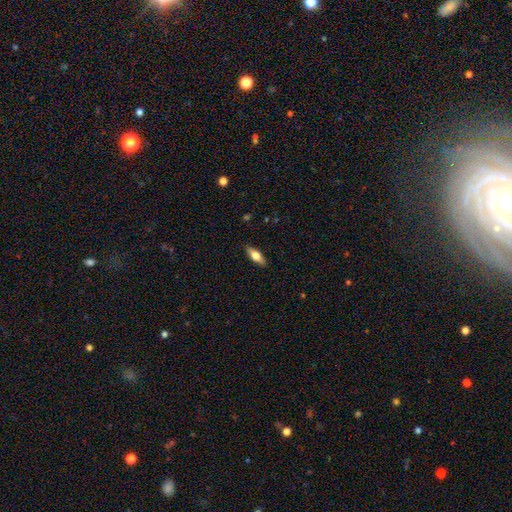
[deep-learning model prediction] This appears to be a smooth galaxy with no disk features (62%) that is in between round and cigar-shaped (67%). Merging: none (87%).